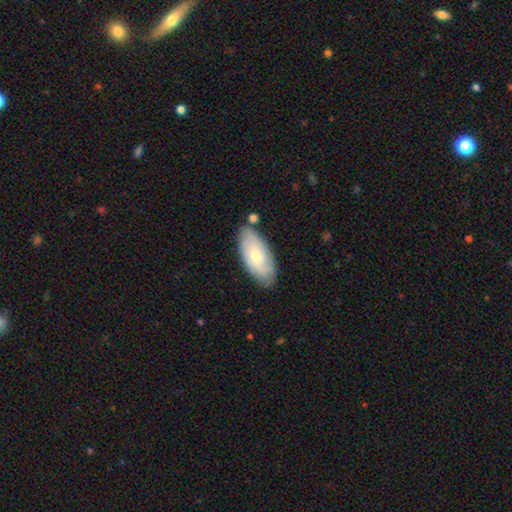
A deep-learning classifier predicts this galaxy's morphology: A smooth galaxy with no disk features (52%) that is in between round and cigar-shaped (90%). Merging: none (75%).